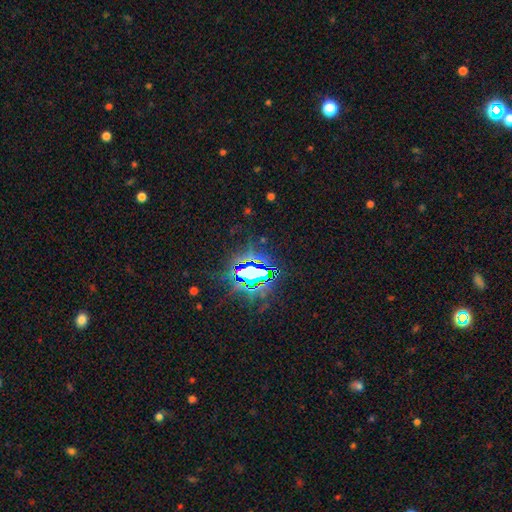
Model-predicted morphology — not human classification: type=star or artifact (86%).